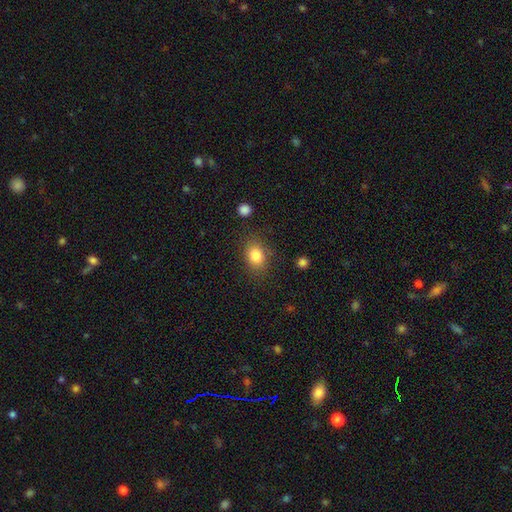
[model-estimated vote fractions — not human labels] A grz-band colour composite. It shows a smooth galaxy with no disk features (84%) that is in between round and cigar-shaped (67%). Merging: none (79%).